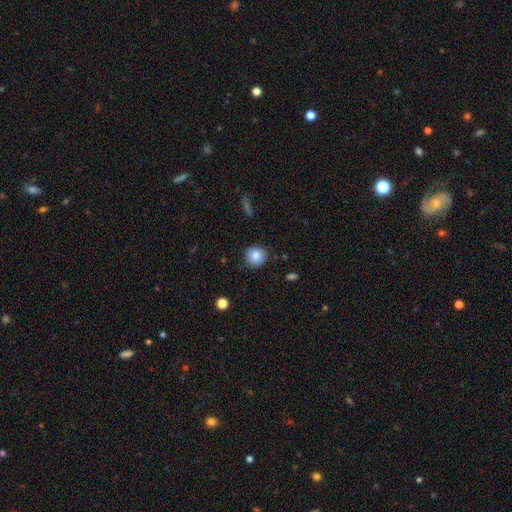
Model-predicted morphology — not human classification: Smooth or featured: smooth — 82% (featured or disk — 9%)
How rounded: round — 90% (in between — 9%)
Merging: none — 85% (minor disturbance — 12%)